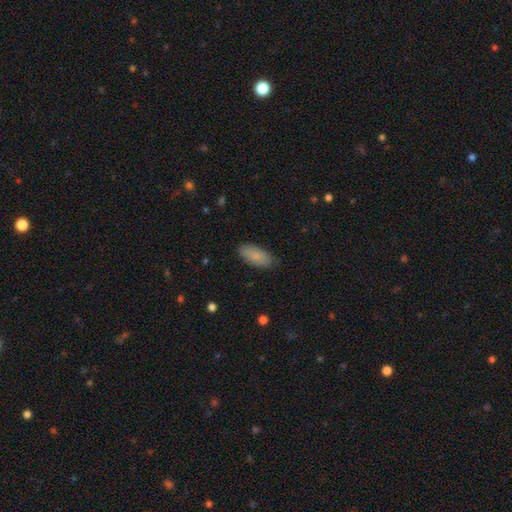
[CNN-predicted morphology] smooth 87%, featured or disk 6%, star or artifact 6%. Down the decision tree: how rounded — in between (86%); merging — none (85%).